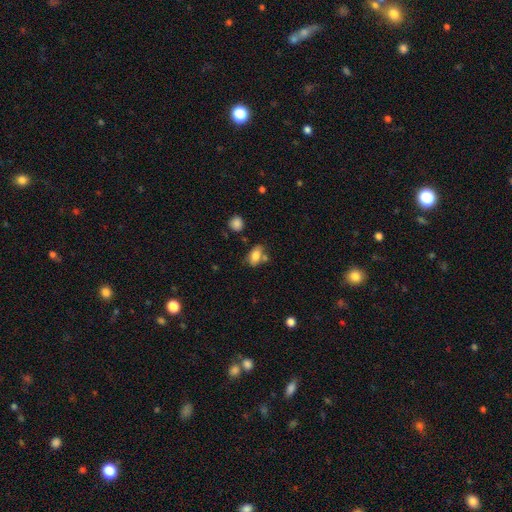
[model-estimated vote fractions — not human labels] smooth-or-featured: smooth: 77% | featured or disk: 13% | star or artifact: 9%
  how-rounded: in between: 85% | round: 11% | cigar-shaped: 4%
  merging: none: 57% | merger: 19% | minor disturbance: 19% | major disturbance: 6%